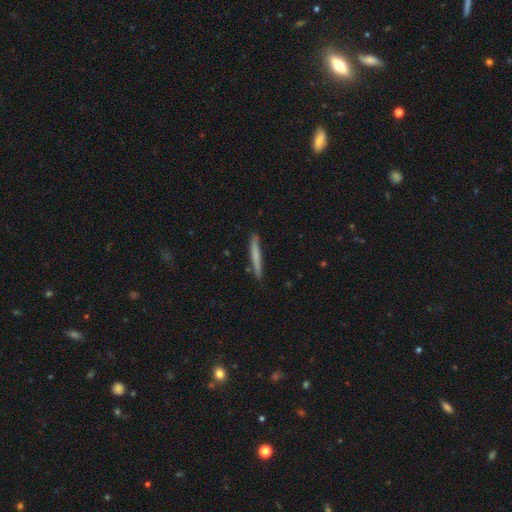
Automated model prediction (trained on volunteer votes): Smooth or featured: smooth — 64% (featured or disk — 31%)
How rounded: cigar-shaped — 96% (in between — 3%)
Merging: none — 87% (minor disturbance — 10%)